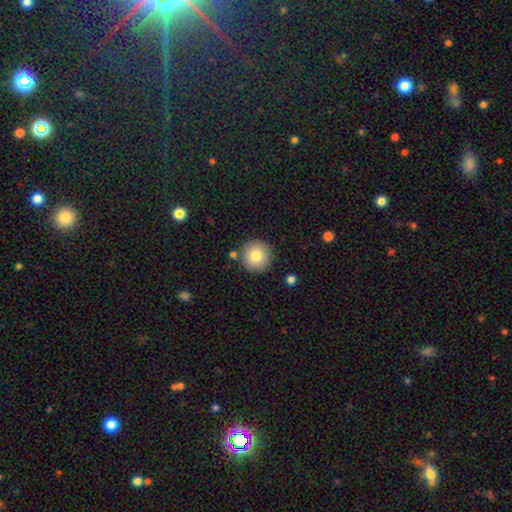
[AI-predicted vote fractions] Q: Smooth or featured?
A: smooth (82%); runner-up: featured or disk (9%)
Q: How rounded?
A: round (95%); runner-up: in between (4%)
Q: Merging?
A: none (86%); runner-up: minor disturbance (8%)